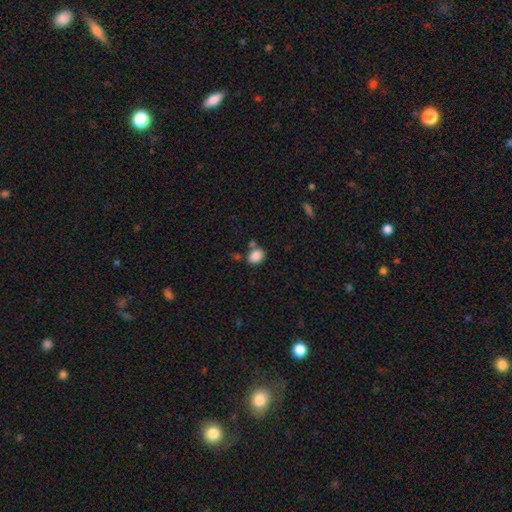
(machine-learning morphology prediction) Overall: smooth (86%). How rounded: in between (62%; round 37%). Merging: none (68%).